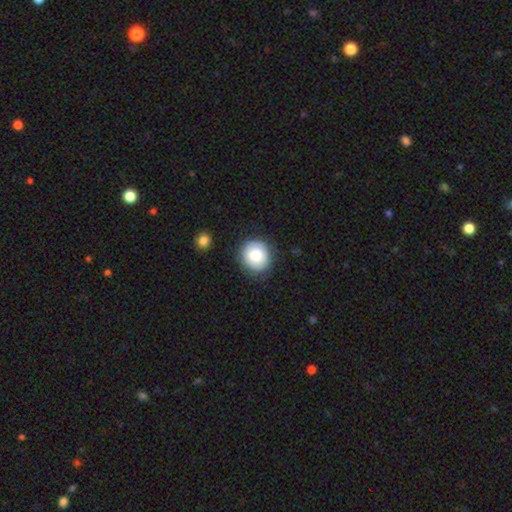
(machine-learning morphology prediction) This appears to be a smooth galaxy with no disk features (80%) that is round (87%). Merging: none (85%).